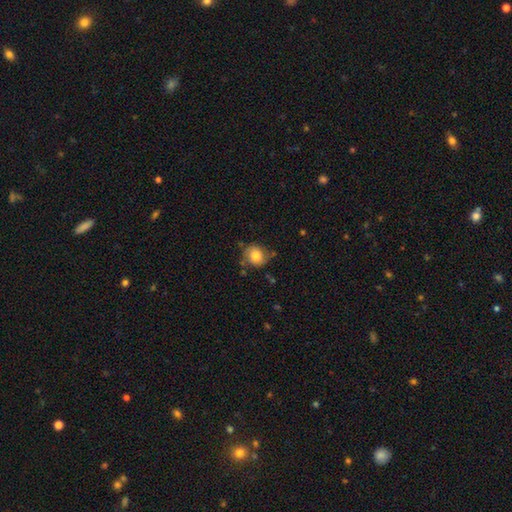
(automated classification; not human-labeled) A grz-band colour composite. It shows a smooth galaxy with no disk features (73%) that is round (75%). Merging: none (63%).